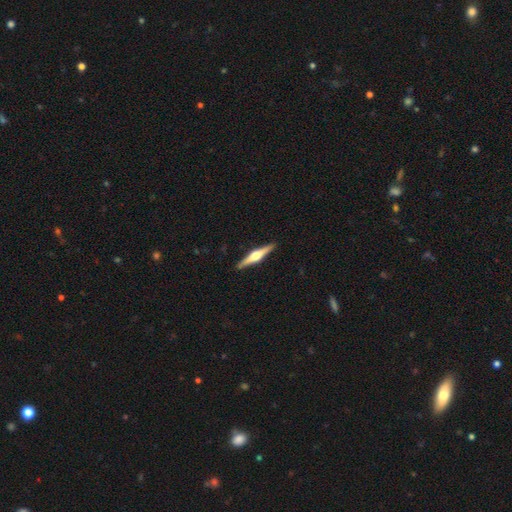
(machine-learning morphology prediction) Smooth or featured?
  - featured or disk: 76% *
  - smooth: 19%
  - star or artifact: 5%
Edge-on disk?
  - yes: 98% *
  - no: 2%
Edge-on bulge?
  - rounded: 93% *
  - boxy: 5%
  - none: 2%
Merging?
  - none: 91% *
  - minor disturbance: 6%
  - major disturbance: 1%
  - merger: 1%